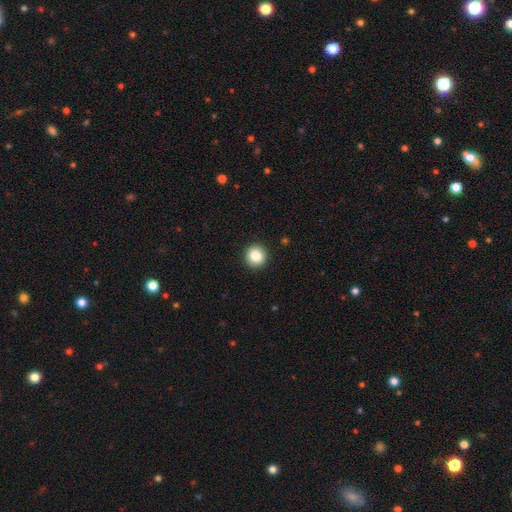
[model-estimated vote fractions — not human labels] A smooth galaxy with no disk features (85%) that is round (93%). Merging: none (93%).